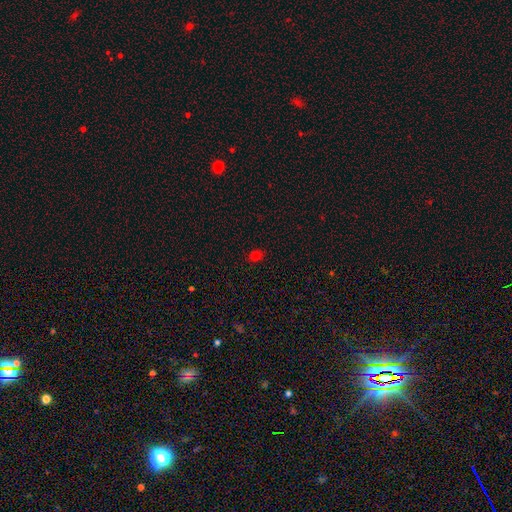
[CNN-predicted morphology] A smooth galaxy with no disk features (76%) that is round (57%).

Vote fractions:
- Smooth or featured? smooth: 76% / star or artifact: 19% / featured or disk: 5%
- How rounded? round: 57% / in between: 42% / cigar-shaped: 1%
- Merging? none: 88% / minor disturbance: 9% / major disturbance: 2% / merger: 1%